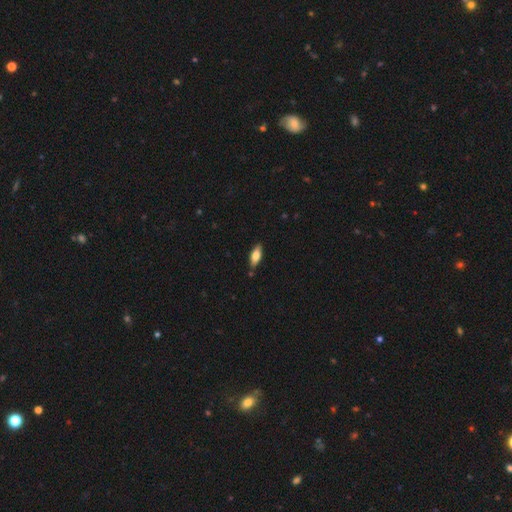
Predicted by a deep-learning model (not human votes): A smooth galaxy with no disk features (70%) that is in between round and cigar-shaped (72%). Merging: none (82%).